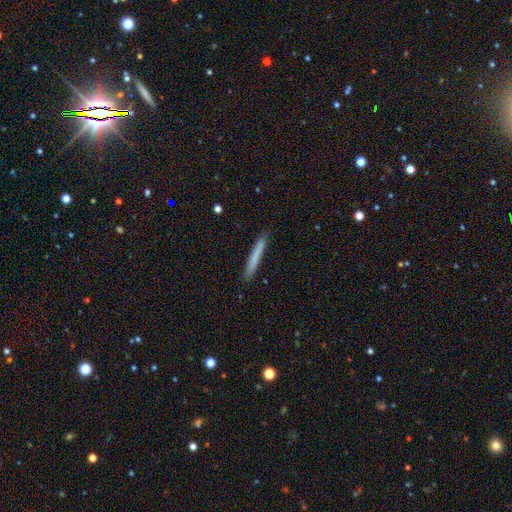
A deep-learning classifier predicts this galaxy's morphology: Smooth or featured: smooth — 71% (featured or disk — 22%)
How rounded: cigar-shaped — 97% (in between — 2%)
Merging: none — 88% (minor disturbance — 9%)